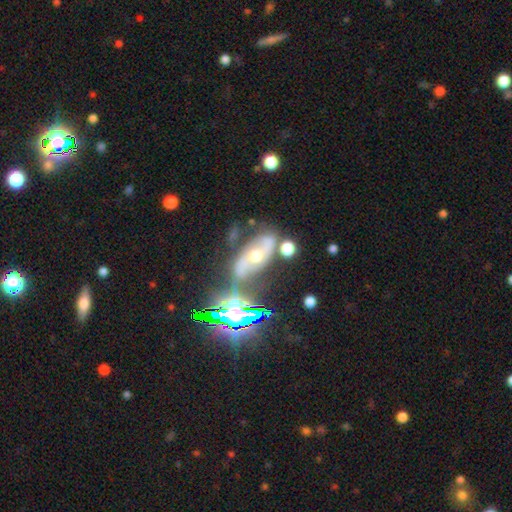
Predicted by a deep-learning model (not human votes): Smooth or featured?
  - featured or disk: 65% *
  - star or artifact: 20%
  - smooth: 16%
Edge-on disk?
  - no: 90% *
  - yes: 10%
Bar?
  - no: 57% *
  - weak: 25%
  - strong: 18%
Spiral arms?
  - yes: 81% *
  - no: 19%
Bulge size?
  - moderate: 72% *
  - small: 18%
  - large: 6%
  - dominant: 1%
  - none: 1%
Merging?
  - none: 60% *
  - minor disturbance: 18%
  - major disturbance: 12%
  - merger: 11%